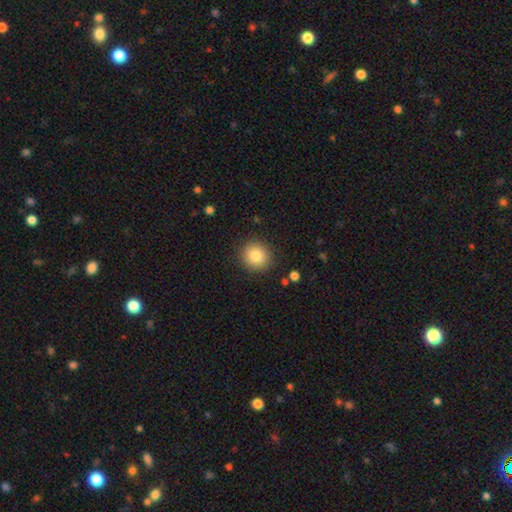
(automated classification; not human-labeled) Overall: smooth (84%). How rounded: round (91%). Merging: none (89%).